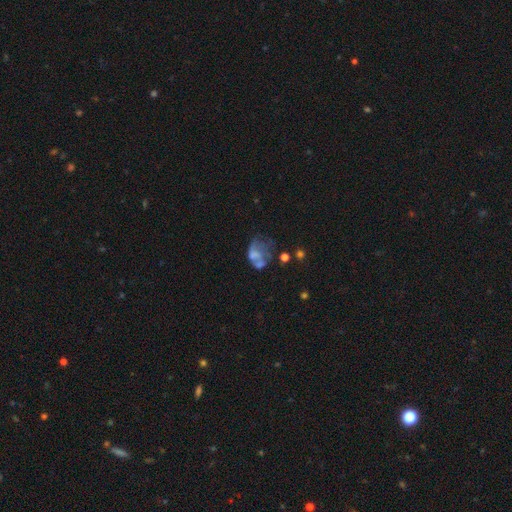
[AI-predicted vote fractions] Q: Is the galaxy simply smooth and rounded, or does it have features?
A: featured or disk — 44%.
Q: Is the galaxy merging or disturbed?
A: major disturbance — 38%.